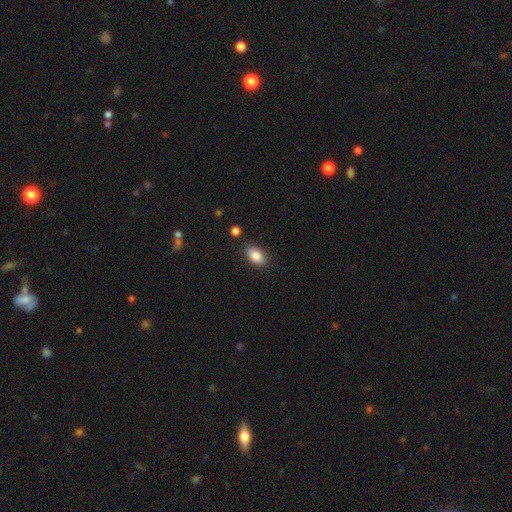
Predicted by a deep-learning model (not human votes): smooth_or_featured: smooth (p=0.87) [alt: star or artifact p=0.08]
how_rounded: in between (p=0.91) [alt: round p=0.07]
merging: none (p=0.86) [alt: minor disturbance p=0.09]